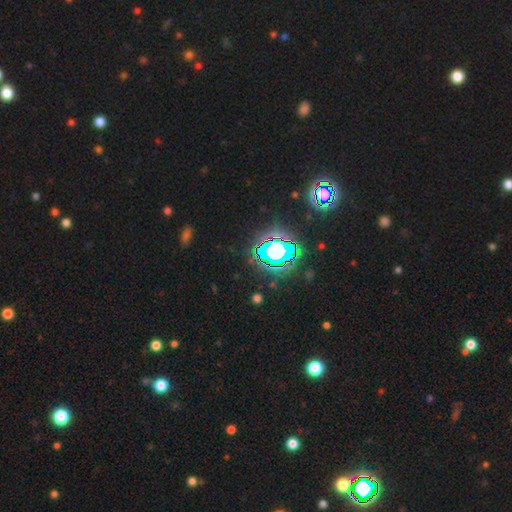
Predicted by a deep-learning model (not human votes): Smooth or featured? Predicted: star or artifact (p=0.83).